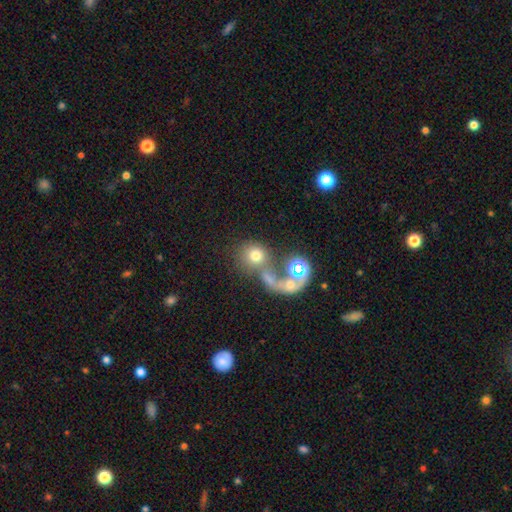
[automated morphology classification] smooth_or_featured: smooth (p=0.64) [alt: featured or disk p=0.22]
how_rounded: round (p=0.82) [alt: in between p=0.16]
merging: merger (p=0.48) [alt: none p=0.27]